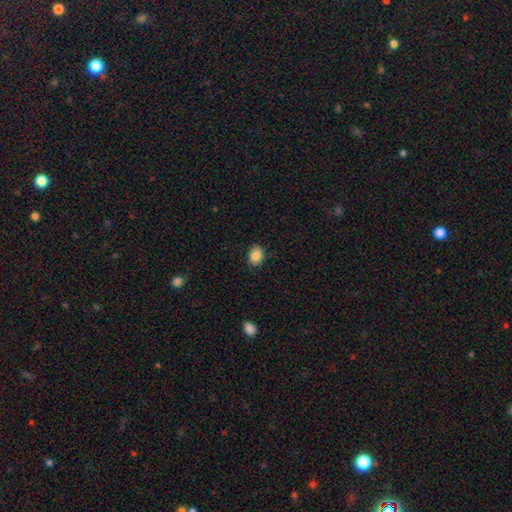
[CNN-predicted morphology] This appears to be a smooth galaxy with no disk features (85%) that is in between round and cigar-shaped (60%). Merging: none (84%).